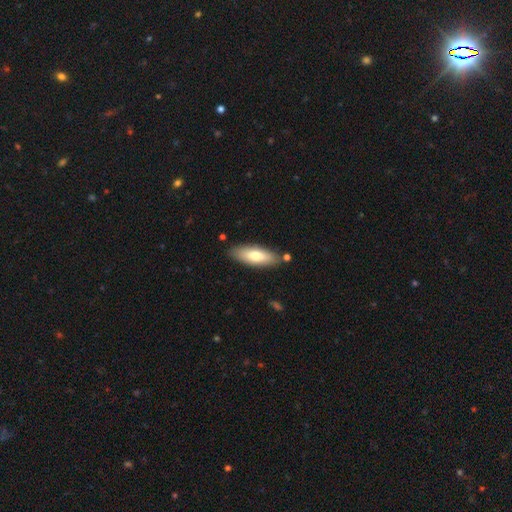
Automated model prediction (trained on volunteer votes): A smooth galaxy with no disk features (71%) that is in between round and cigar-shaped (61%).

Vote fractions:
- Smooth or featured? smooth: 71% / featured or disk: 24% / star or artifact: 6%
- How rounded? in between: 61% / cigar-shaped: 37% / round: 2%
- Merging? none: 82% / minor disturbance: 11% / merger: 4% / major disturbance: 2%